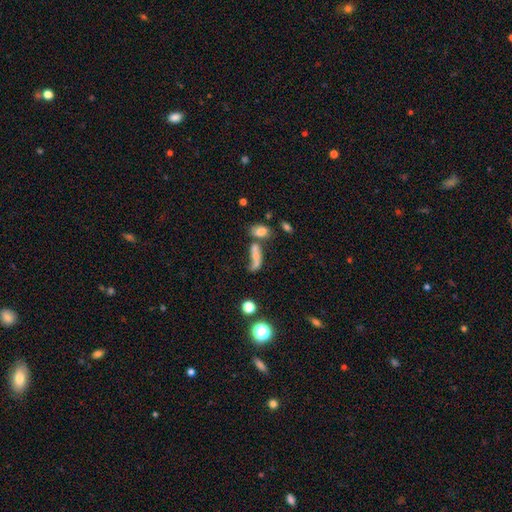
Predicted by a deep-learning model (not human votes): smooth_or_featured: smooth (p=0.51) [alt: featured or disk p=0.34]
how_rounded: in between (p=0.64) [alt: cigar-shaped p=0.25]
merging: merger (p=0.49) [alt: none p=0.21]